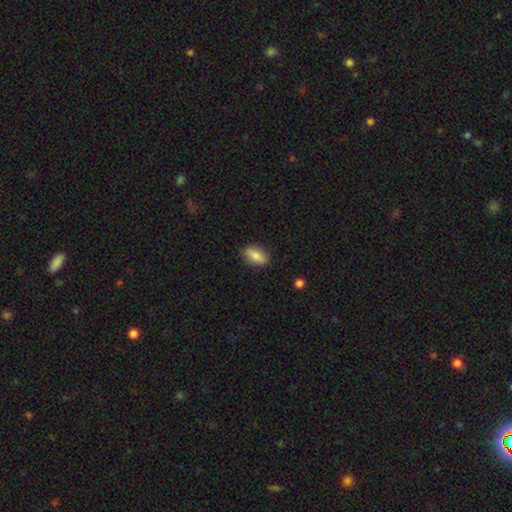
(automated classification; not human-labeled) smooth_or_featured: smooth (p=0.81) [alt: featured or disk p=0.12]
how_rounded: in between (p=0.87) [alt: cigar-shaped p=0.07]
merging: none (p=0.86) [alt: minor disturbance p=0.11]